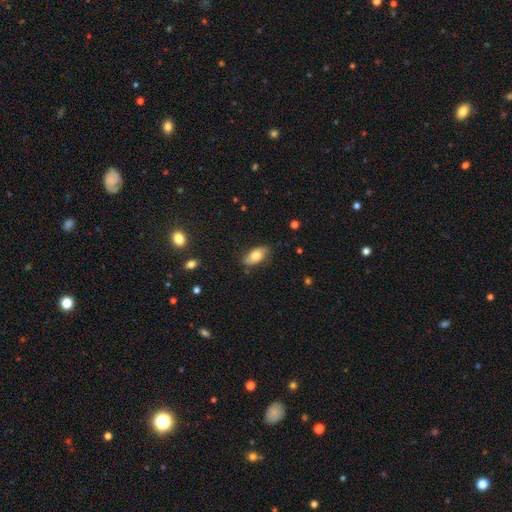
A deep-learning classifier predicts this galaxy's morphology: This is likely a smooth galaxy (71%). How rounded: clearly in between (88%). Merging: likely none (79%).